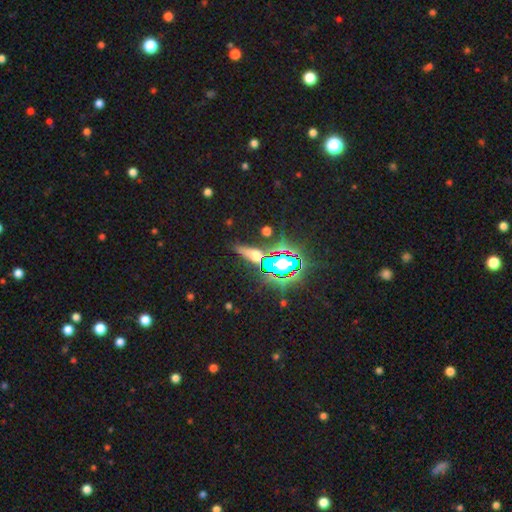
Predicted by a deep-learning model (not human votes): star or artifact 43%, smooth 34%, featured or disk 24%.